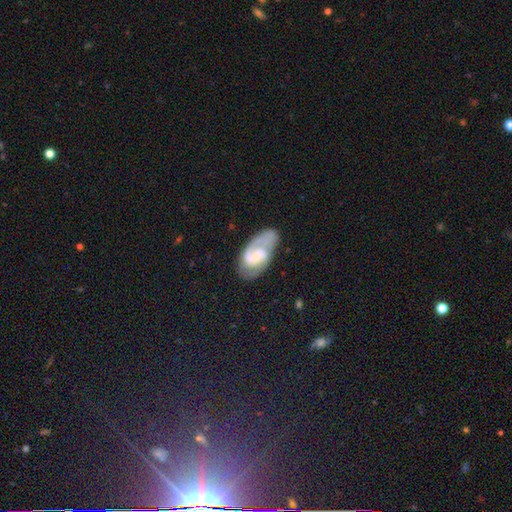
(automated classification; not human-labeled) Overall: featured or disk (81%). Edge-on disk: no (97%). Bar: weak (44%, tied with no). Spiral arms: yes (95%). Spiral arm count: 2 (79%). Spiral winding: medium (48%; tight 37%). Bulge size: small (56%; moderate 25%). Merging: none (66%).